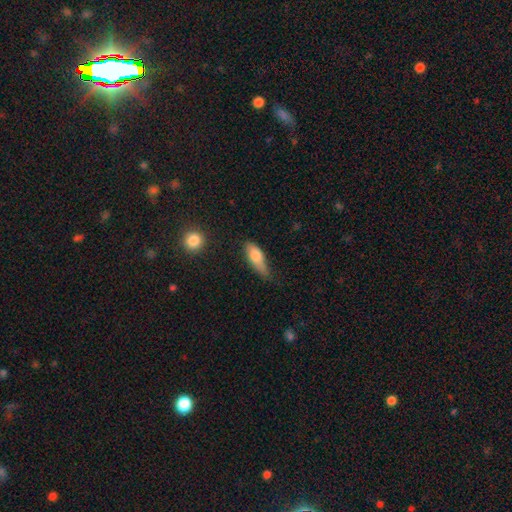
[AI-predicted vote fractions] Smooth or featured? smooth (76%)
How rounded? in between (61%)
Merging? none (47%)